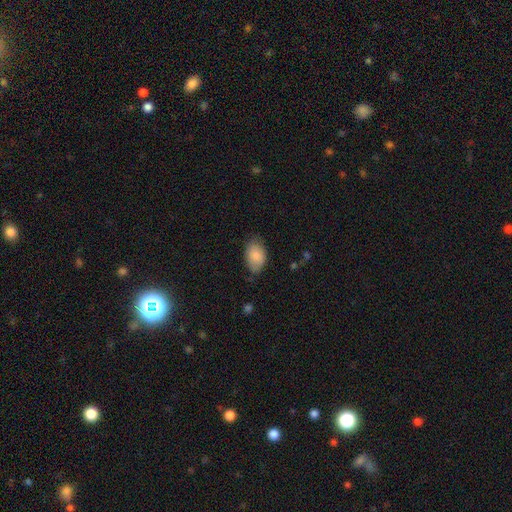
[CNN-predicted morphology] A smooth galaxy with no disk features (85%) that is in between round and cigar-shaped (90%). Merging: none (67%).